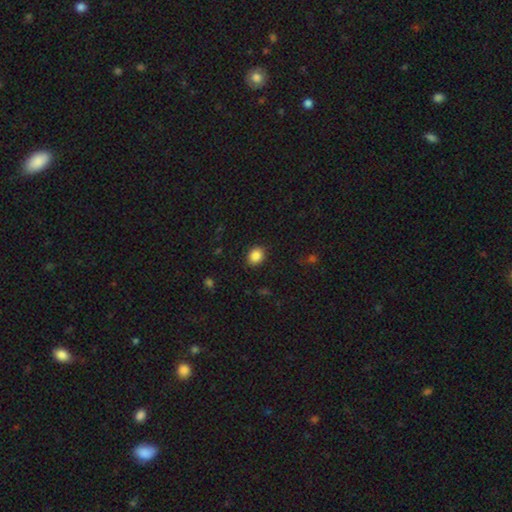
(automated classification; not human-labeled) Q: Smooth or featured?
A: smooth (87%); runner-up: star or artifact (9%)
Q: How rounded?
A: round (55%); runner-up: in between (44%)
Q: Merging?
A: none (88%); runner-up: minor disturbance (8%)